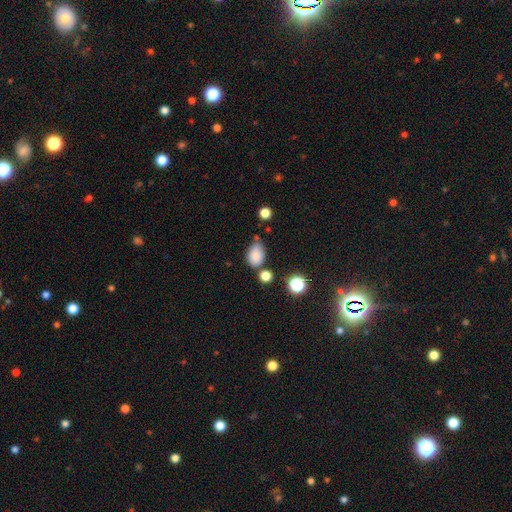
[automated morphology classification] Q: Smooth or featured?
A: smooth (85%); runner-up: star or artifact (10%)
Q: How rounded?
A: in between (81%); runner-up: round (18%)
Q: Merging?
A: none (59%); runner-up: minor disturbance (25%)